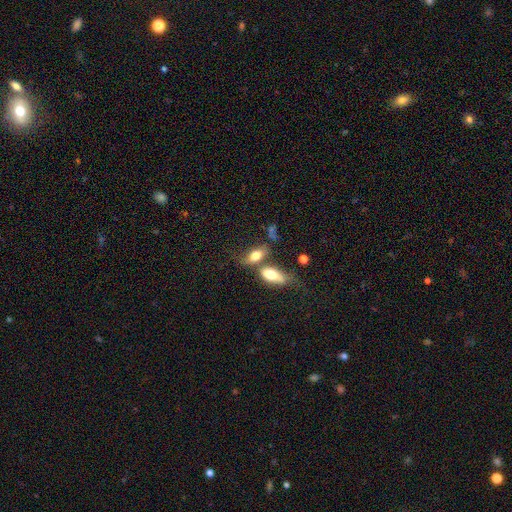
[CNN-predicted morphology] Q: Smooth or featured?
A: smooth (71%); runner-up: featured or disk (20%)
Q: How rounded?
A: in between (84%); runner-up: cigar-shaped (9%)
Q: Merging?
A: merger (51%); runner-up: none (27%)